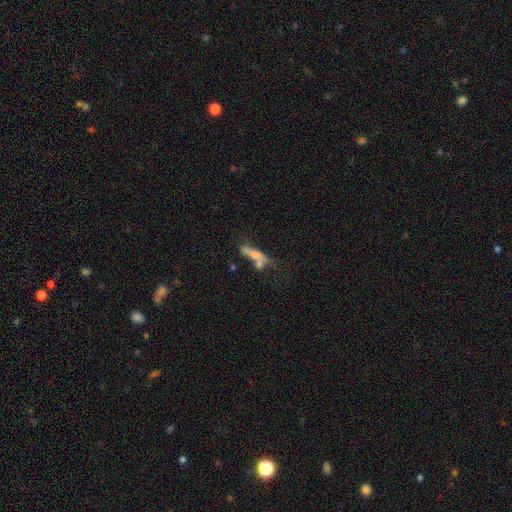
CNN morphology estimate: Smooth or featured? Predicted: smooth (p=0.58). How rounded? Predicted: cigar-shaped (p=0.75). Merging? Predicted: none (p=0.43).